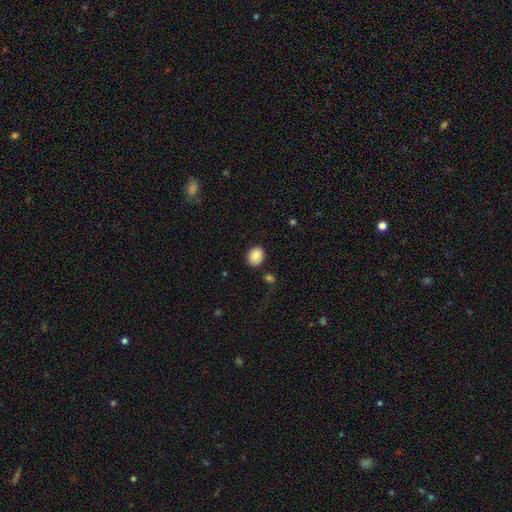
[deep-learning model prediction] This appears to be a smooth galaxy with no disk features (84%) that is round (53%). Merging: none (87%).